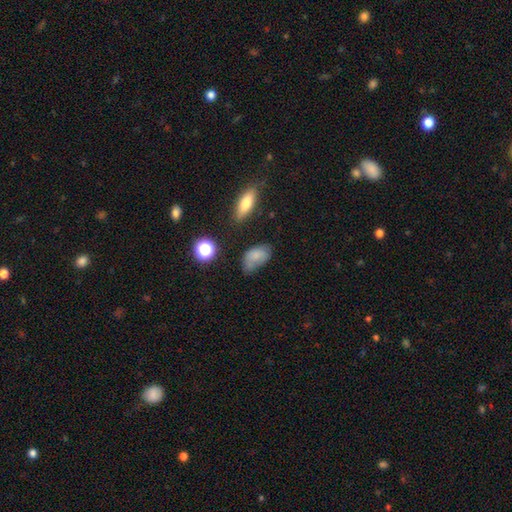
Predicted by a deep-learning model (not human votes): This is likely a smooth galaxy (74%). How rounded: clearly in between (89%). Merging: marginally none (45%).